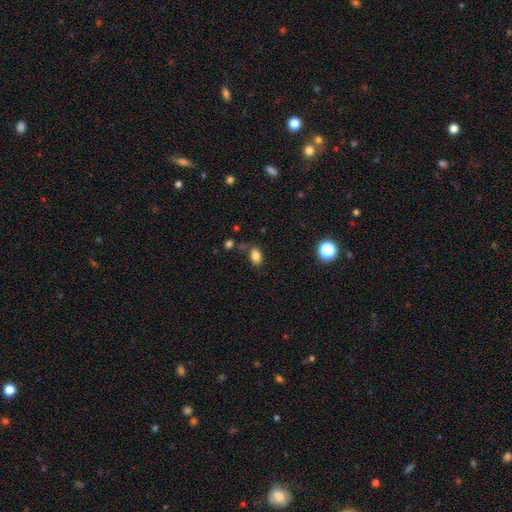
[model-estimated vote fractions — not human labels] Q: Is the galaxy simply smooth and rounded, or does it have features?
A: smooth — 83%.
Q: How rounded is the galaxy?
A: in between — 88%.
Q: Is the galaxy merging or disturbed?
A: none — 71%.